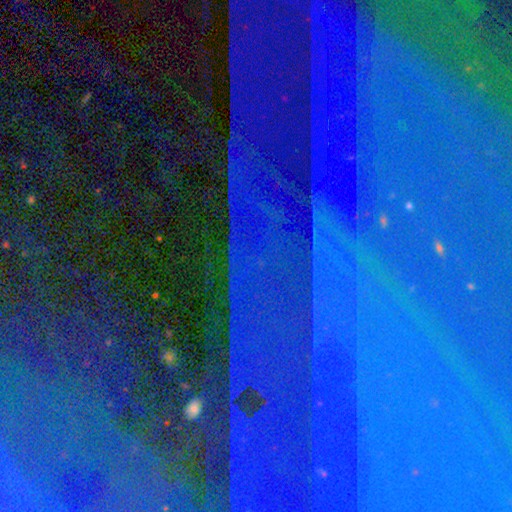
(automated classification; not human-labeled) Q: Smooth or featured?
A: star or artifact (87%); runner-up: featured or disk (7%)